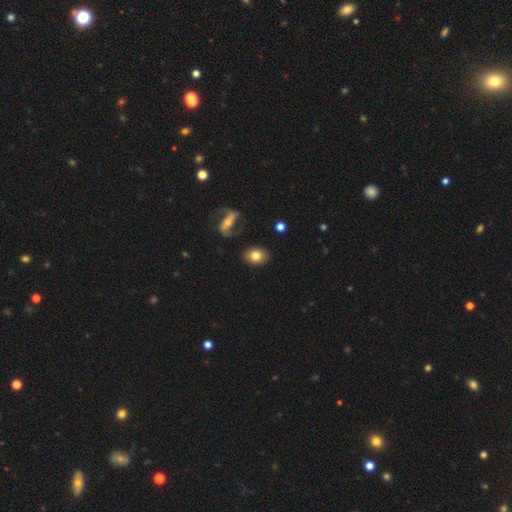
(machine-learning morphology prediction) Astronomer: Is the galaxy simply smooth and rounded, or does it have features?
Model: smooth — 75%.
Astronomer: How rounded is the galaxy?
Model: in between — 60% (runner-up: round, 39%).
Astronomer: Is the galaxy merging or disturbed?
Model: none — 83%.